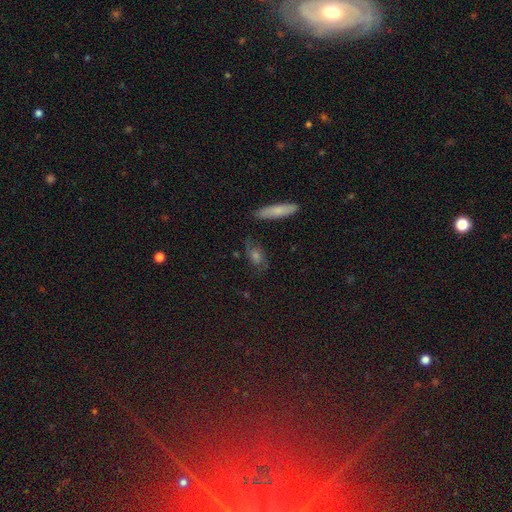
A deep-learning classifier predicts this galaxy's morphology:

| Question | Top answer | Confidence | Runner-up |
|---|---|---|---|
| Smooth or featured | smooth | 40% | featured or disk (37%) |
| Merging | none | 74% | minor disturbance (17%) |